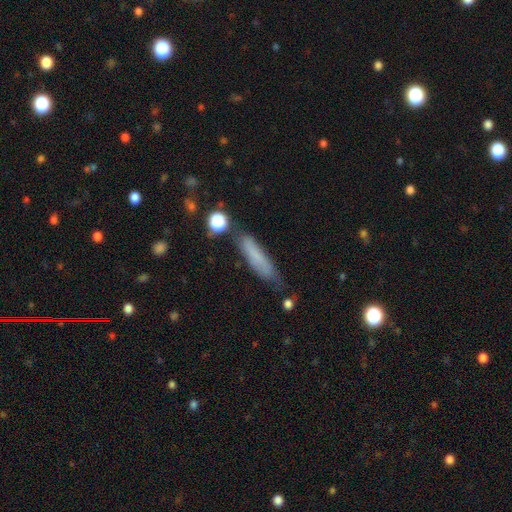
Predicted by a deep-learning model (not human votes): A smooth galaxy with no disk features (72%) that is cigar-shaped (78%).

Vote fractions:
- Smooth or featured? smooth: 72% / featured or disk: 19% / star or artifact: 9%
- How rounded? cigar-shaped: 78% / in between: 20% / round: 2%
- Merging? none: 68% / minor disturbance: 22% / major disturbance: 6% / merger: 5%